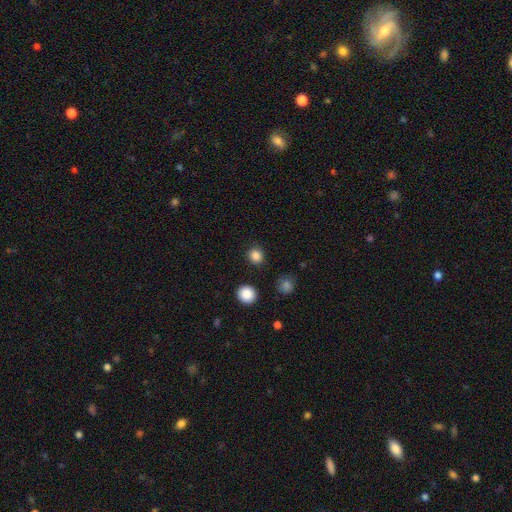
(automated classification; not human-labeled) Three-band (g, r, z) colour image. It shows a smooth galaxy with no disk features (84%) that is round (86%). Merging: none (88%).